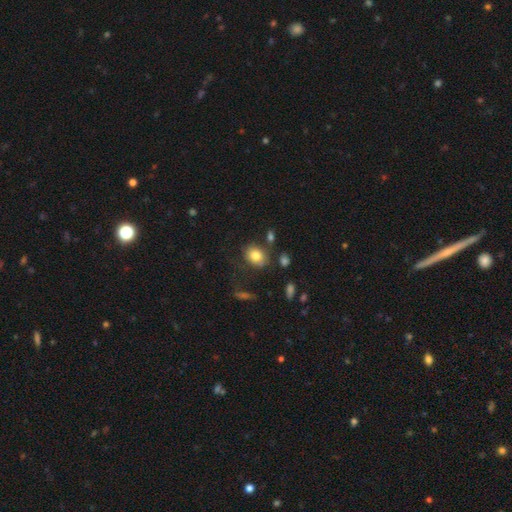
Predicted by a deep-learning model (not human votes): Smooth or featured? Predicted: smooth (p=0.81). How rounded? Predicted: in between (p=0.55). Merging? Predicted: none (p=0.72).